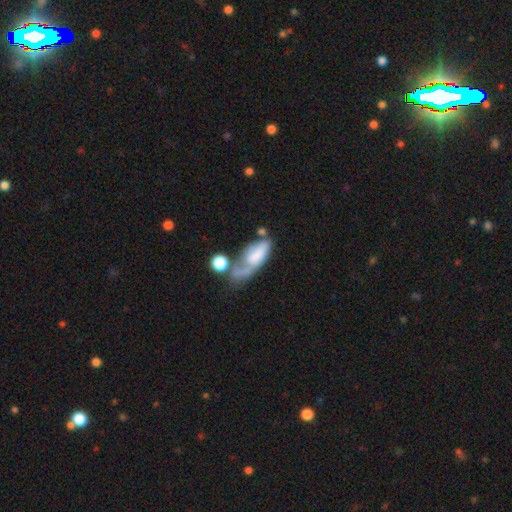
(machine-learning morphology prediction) This appears to be a smooth galaxy with no disk features (57%) that is in between round and cigar-shaped (78%). Merging: major disturbance (32%).